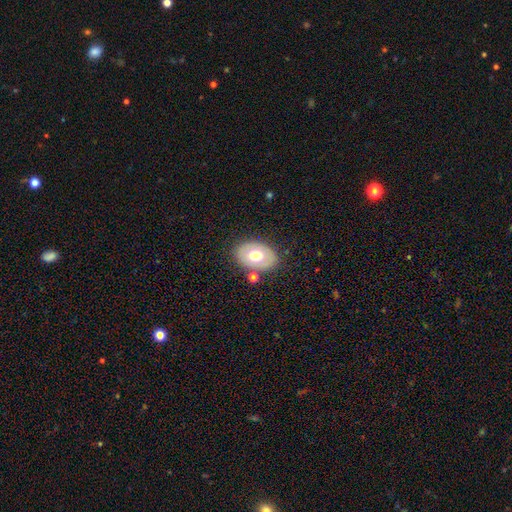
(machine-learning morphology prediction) smooth-or-featured: smooth: 59% | featured or disk: 34% | star or artifact: 7%
  how-rounded: in between: 83% | round: 16% | cigar-shaped: 1%
  merging: none: 78% | minor disturbance: 12% | merger: 6% | major disturbance: 4%